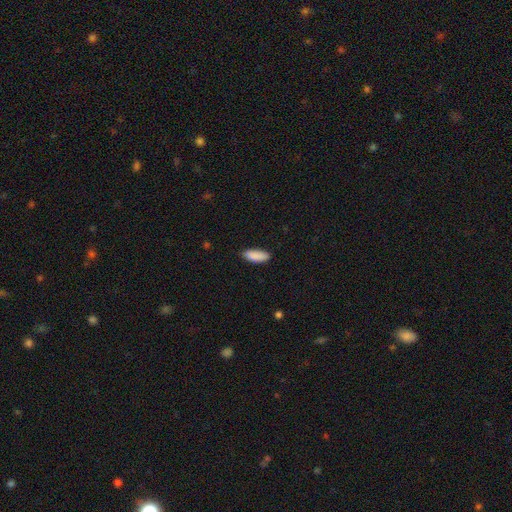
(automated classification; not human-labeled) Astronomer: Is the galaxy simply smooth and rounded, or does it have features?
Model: smooth — 90%.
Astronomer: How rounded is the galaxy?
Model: in between — 75%.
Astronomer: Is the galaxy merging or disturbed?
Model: none — 84%.